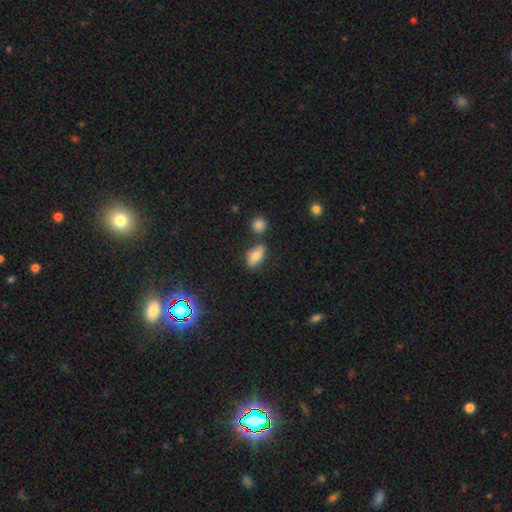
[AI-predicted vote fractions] A smooth galaxy with no disk features (73%) that is in between round and cigar-shaped (84%). Merging: none (69%).